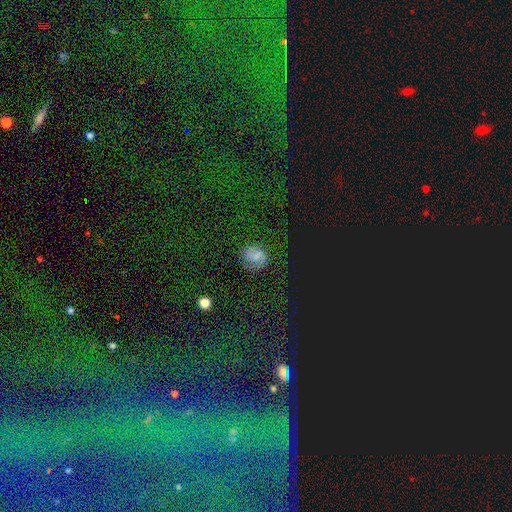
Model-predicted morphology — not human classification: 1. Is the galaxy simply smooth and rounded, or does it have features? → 40% smooth, 35% featured or disk, 25% star or artifact.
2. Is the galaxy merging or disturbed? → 69% none, 18% minor disturbance, 11% major disturbance, 2% merger.